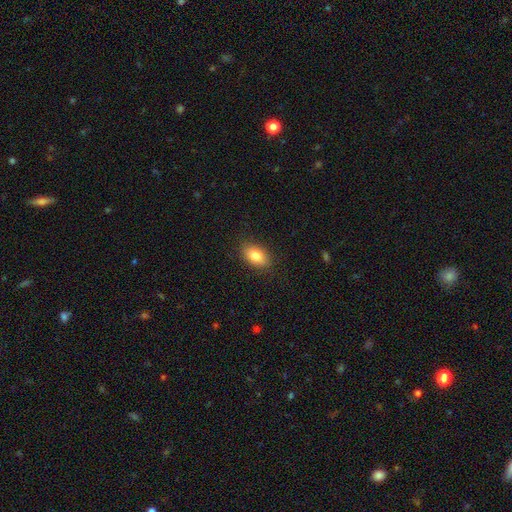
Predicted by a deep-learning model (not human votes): A smooth galaxy with no disk features (84%) that is in between round and cigar-shaped (89%).

Vote fractions:
- Smooth or featured? smooth: 84% / featured or disk: 9% / star or artifact: 8%
- How rounded? in between: 89% / round: 9% / cigar-shaped: 2%
- Merging? none: 87% / minor disturbance: 9% / major disturbance: 2% / merger: 1%